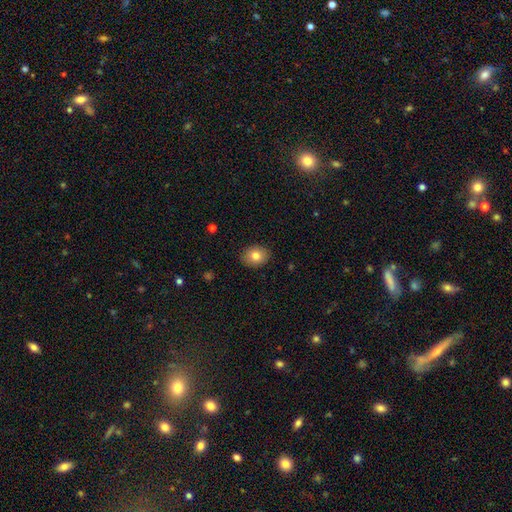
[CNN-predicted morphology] smooth_or_featured: smooth (p=0.81) [alt: featured or disk p=0.11]
how_rounded: in between (p=0.54) [alt: round p=0.45]
merging: none (p=0.89) [alt: minor disturbance p=0.09]